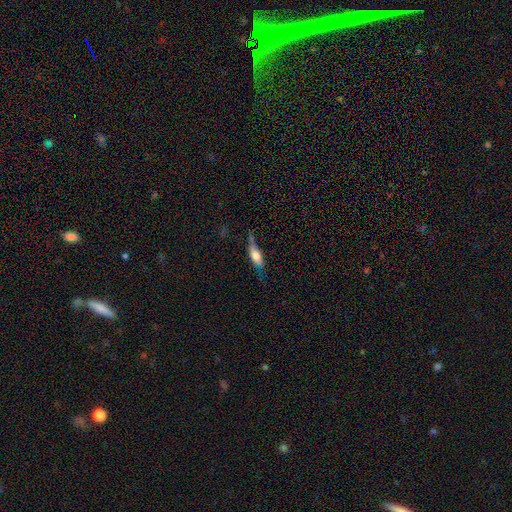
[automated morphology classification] smooth 50%, featured or disk 43%, star or artifact 7%. Down the decision tree: how rounded — in between (50%); merging — none (55%).